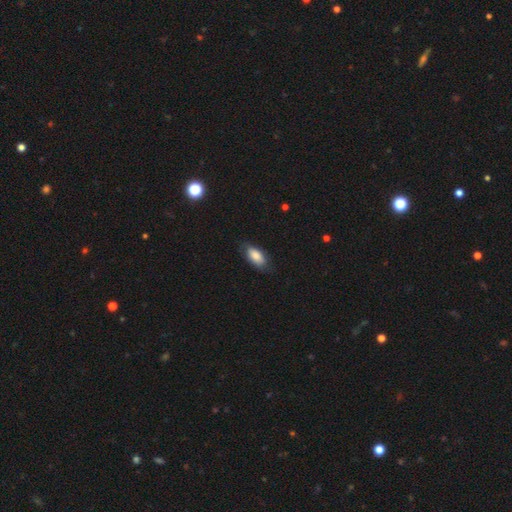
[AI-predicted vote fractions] A smooth galaxy with no disk features (81%) that is in between round and cigar-shaped (89%). Merging: none (74%).